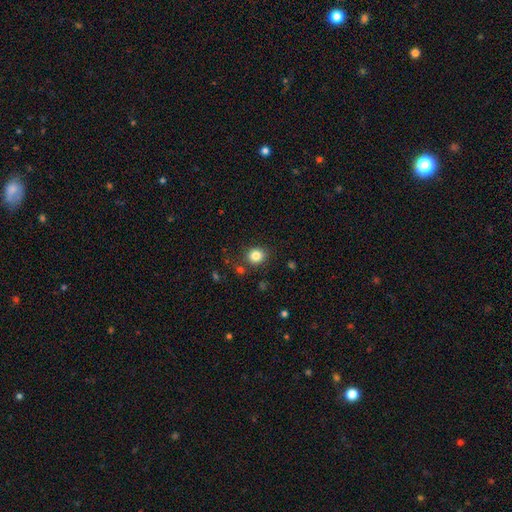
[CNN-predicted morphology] Smooth or featured? Predicted: smooth (p=0.83). How rounded? Predicted: round (p=0.79). Merging? Predicted: none (p=0.83).